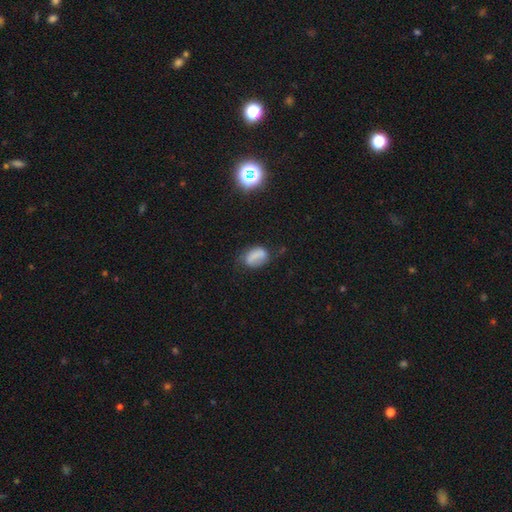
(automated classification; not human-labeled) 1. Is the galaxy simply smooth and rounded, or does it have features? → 65% smooth, 23% featured or disk, 13% star or artifact.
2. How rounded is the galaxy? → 79% in between, 19% round, 2% cigar-shaped.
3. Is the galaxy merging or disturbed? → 46% none, 32% minor disturbance, 18% major disturbance, 5% merger.